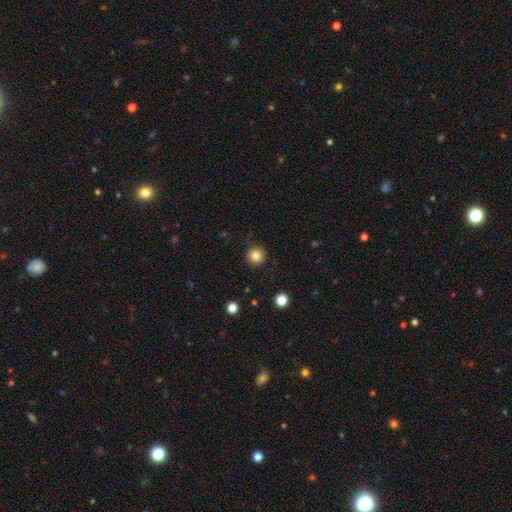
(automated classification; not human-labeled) Smooth or featured: smooth — 84% (star or artifact — 11%)
How rounded: round — 95% (in between — 4%)
Merging: none — 92% (minor disturbance — 6%)